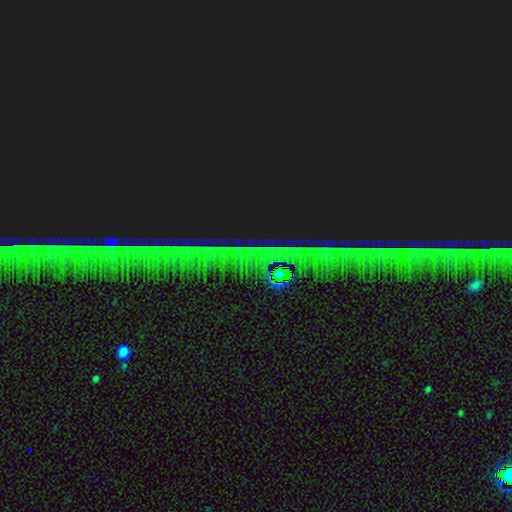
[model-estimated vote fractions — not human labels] A star or artifact, not a galaxy (86%).